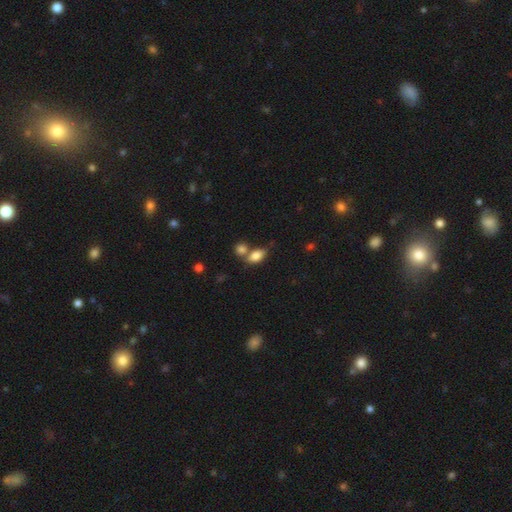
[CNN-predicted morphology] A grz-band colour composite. It shows a smooth galaxy with no disk features (81%) that is in between round and cigar-shaped (86%). Merging: none (44%).